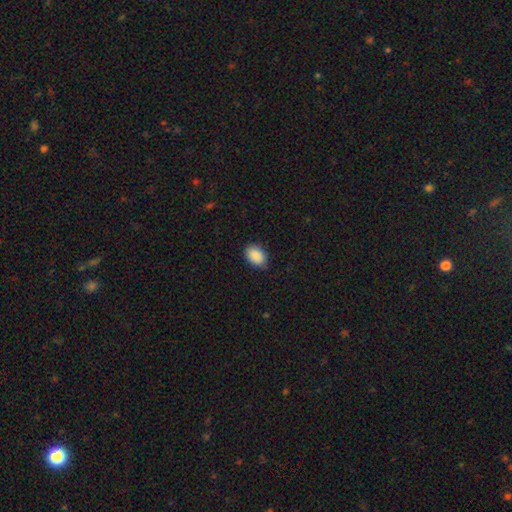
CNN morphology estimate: Q: Smooth or featured?
A: smooth (90%); runner-up: star or artifact (7%)
Q: How rounded?
A: in between (86%); runner-up: round (13%)
Q: Merging?
A: none (79%); runner-up: minor disturbance (17%)